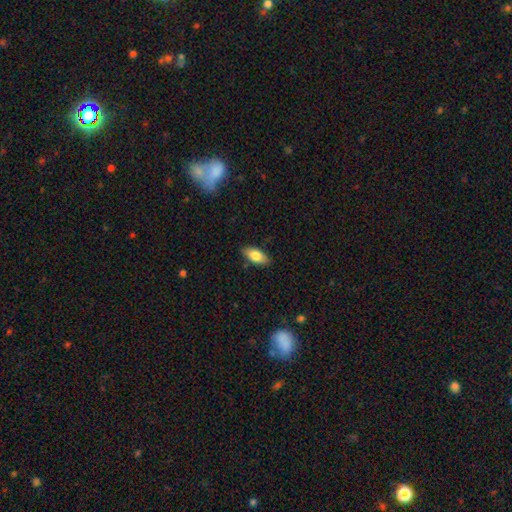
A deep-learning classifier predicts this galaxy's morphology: Smooth or featured? Predicted: smooth (p=0.78). How rounded? Predicted: in between (p=0.87). Merging? Predicted: none (p=0.86).